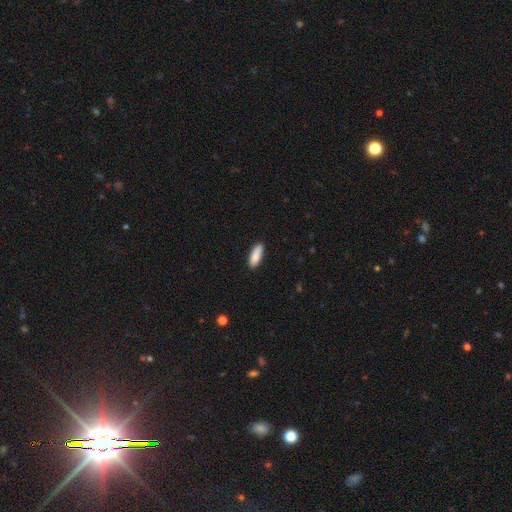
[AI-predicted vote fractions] A smooth galaxy with no disk features (86%) that is in between round and cigar-shaped (65%).

Vote fractions:
- Smooth or featured? smooth: 86% / featured or disk: 8% / star or artifact: 6%
- How rounded? in between: 65% / cigar-shaped: 34% / round: 2%
- Merging? none: 85% / minor disturbance: 12% / major disturbance: 2% / merger: 1%